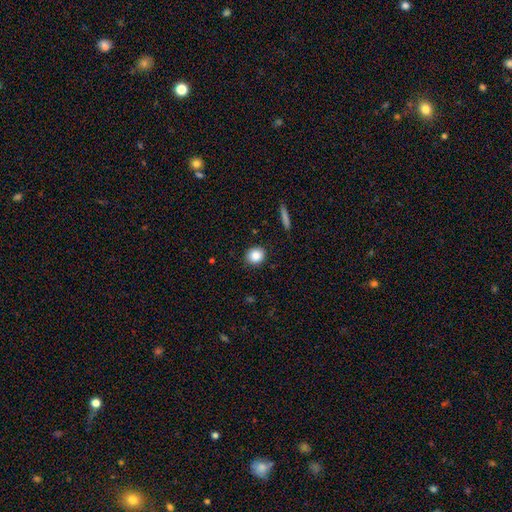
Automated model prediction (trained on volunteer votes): This is clearly a smooth galaxy (86%). How rounded: clearly round (86%). Merging: clearly none (90%).